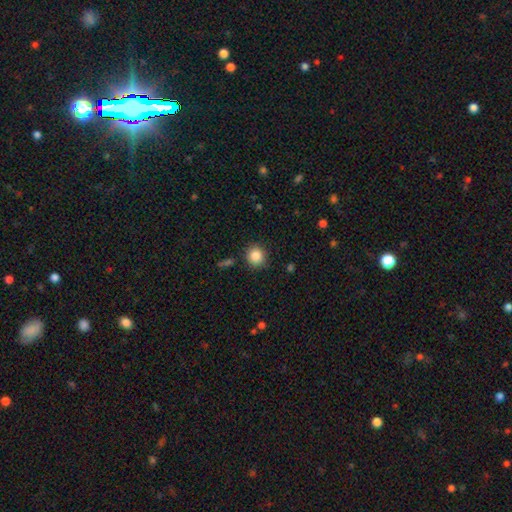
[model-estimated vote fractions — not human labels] This is clearly a smooth galaxy (86%). How rounded: clearly round (89%). Merging: clearly none (87%).